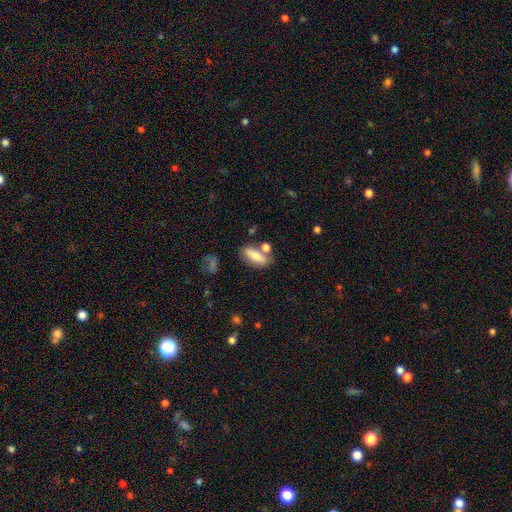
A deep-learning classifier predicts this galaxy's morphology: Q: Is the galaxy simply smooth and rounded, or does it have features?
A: smooth — 73%.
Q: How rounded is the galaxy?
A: in between — 64%.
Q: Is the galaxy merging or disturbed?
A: none — 64%.